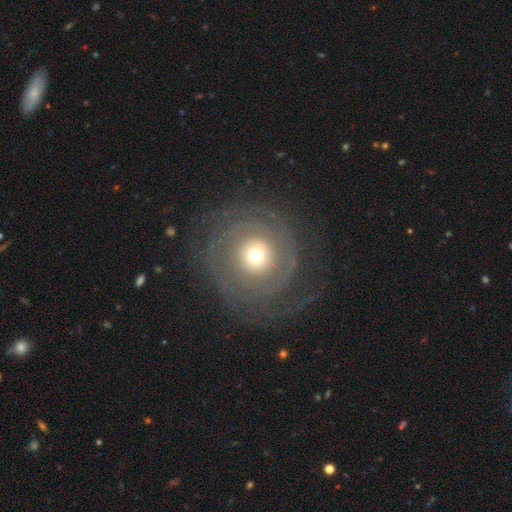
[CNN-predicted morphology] This appears to be a featured or disk galaxy (66%) with no bar (85%), spiral arms (70%) and a moderate central bulge (47%). Merging: none (72%).